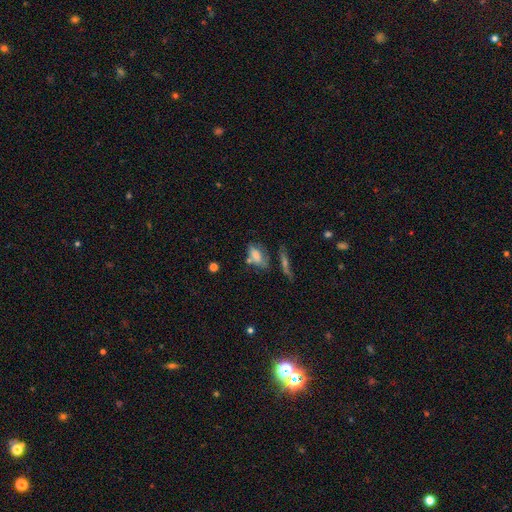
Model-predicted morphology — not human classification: The model was most divided on "merging": none: 43%, minor disturbance: 22%, merger: 21%, major disturbance: 14%. More confident: how rounded — in between (81%); smooth or featured — smooth (65%).